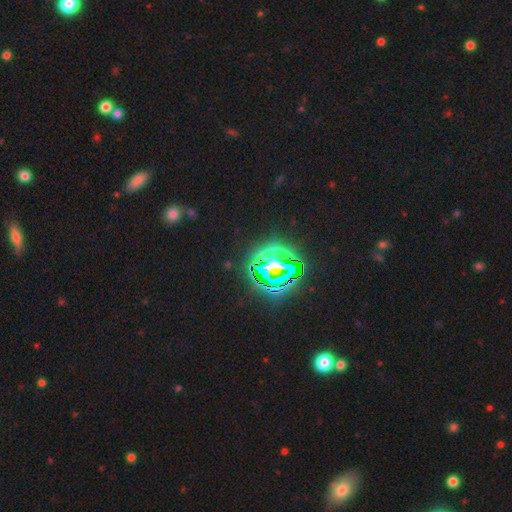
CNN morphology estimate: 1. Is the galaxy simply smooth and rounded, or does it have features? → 76% star or artifact, 14% smooth, 10% featured or disk.